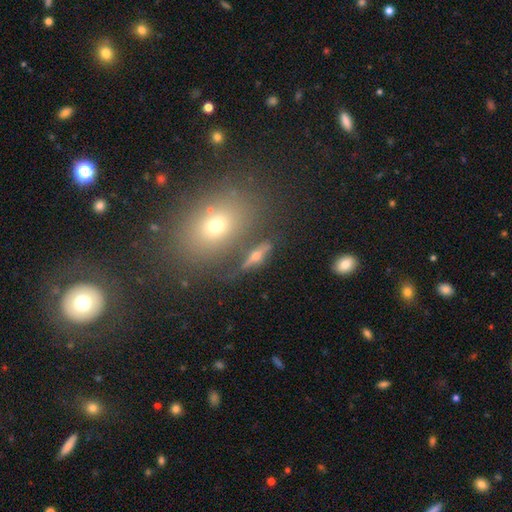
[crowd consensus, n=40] A featured or disk galaxy (65%) viewed edge-on (96%) with a rounded central bulge (96%).

Vote fractions:
- Smooth or featured? featured or disk: 65% / smooth: 25% / star or artifact: 10%
- Edge-on disk? yes: 96% / no: 4%
- Edge-on bulge? rounded: 96% / boxy: 4% / none: 0%
- Merging? none: 50% / minor disturbance: 33% / major disturbance: 11% / merger: 6%